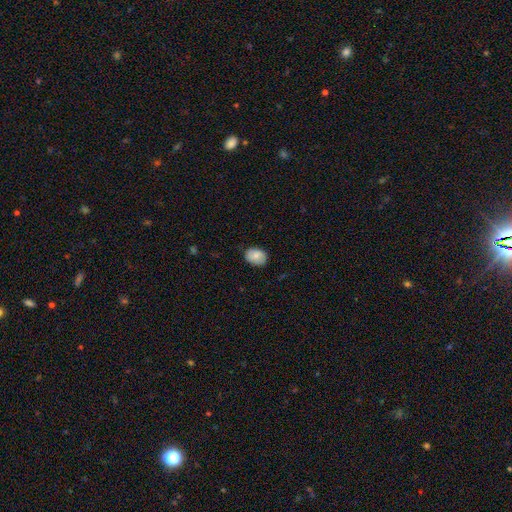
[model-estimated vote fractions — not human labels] Smooth or featured? smooth (77%)
How rounded? in between (72%)
Merging? none (79%)